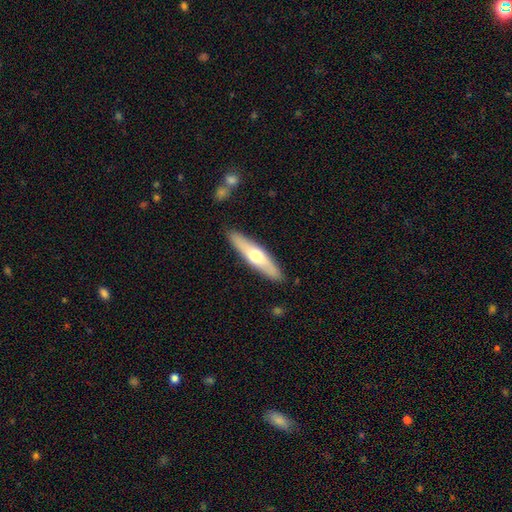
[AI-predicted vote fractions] Smooth or featured? Predicted: smooth (p=0.49). Merging? Predicted: none (p=0.89).